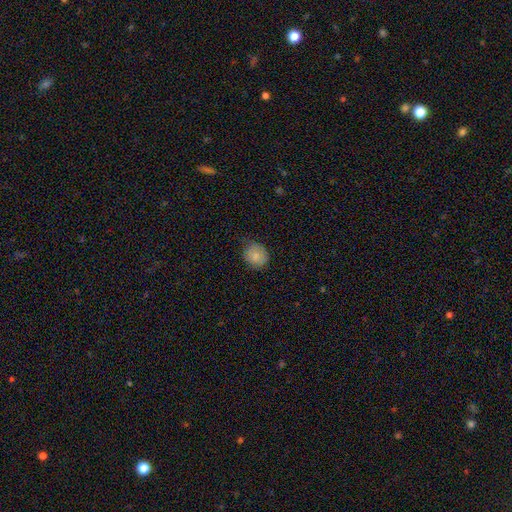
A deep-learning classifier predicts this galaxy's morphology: Smooth or featured?
  - smooth: 83% *
  - featured or disk: 9%
  - star or artifact: 8%
How rounded?
  - round: 72% *
  - in between: 27%
  - cigar-shaped: 1%
Merging?
  - none: 77% *
  - minor disturbance: 19%
  - major disturbance: 3%
  - merger: 1%